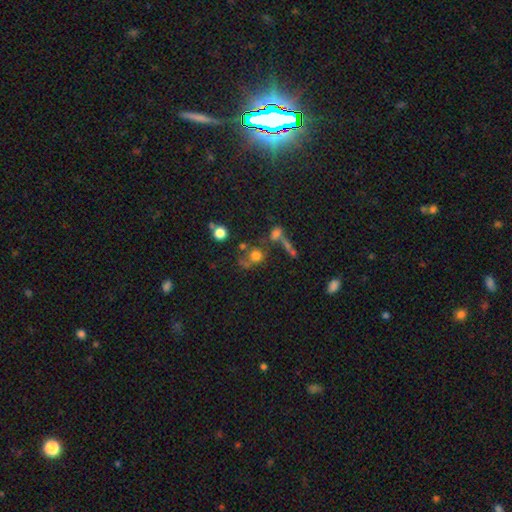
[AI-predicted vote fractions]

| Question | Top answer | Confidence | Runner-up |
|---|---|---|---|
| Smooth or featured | smooth | 66% | star or artifact (18%) |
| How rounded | round | 82% | in between (16%) |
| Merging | none | 47% | merger (28%) |